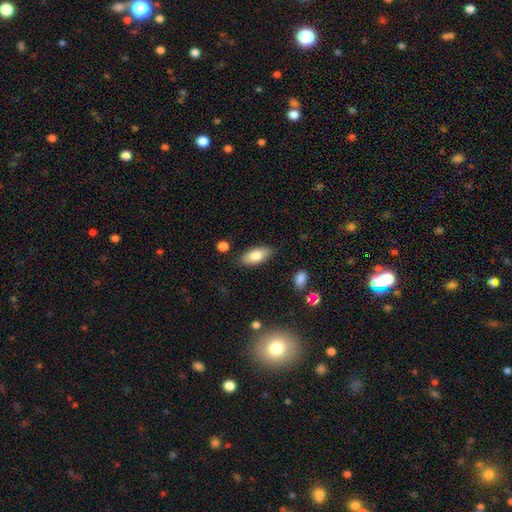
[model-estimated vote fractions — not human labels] Morphology: type=smooth (80%); roundness=in between (86%); merging=none (85%).